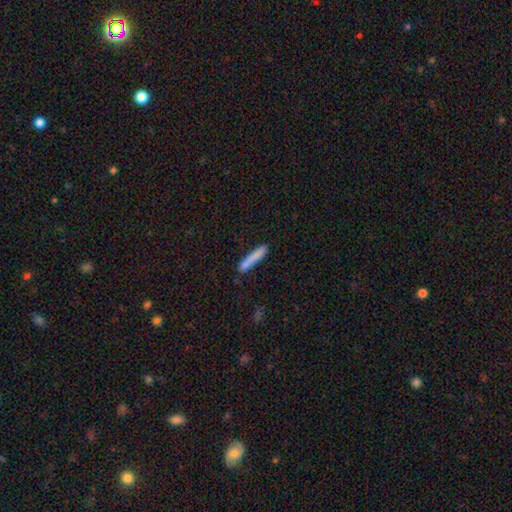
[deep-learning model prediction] smooth_or_featured: smooth (p=0.81) [alt: featured or disk p=0.13]
how_rounded: cigar-shaped (p=0.93) [alt: in between p=0.06]
merging: none (p=0.77) [alt: minor disturbance p=0.15]